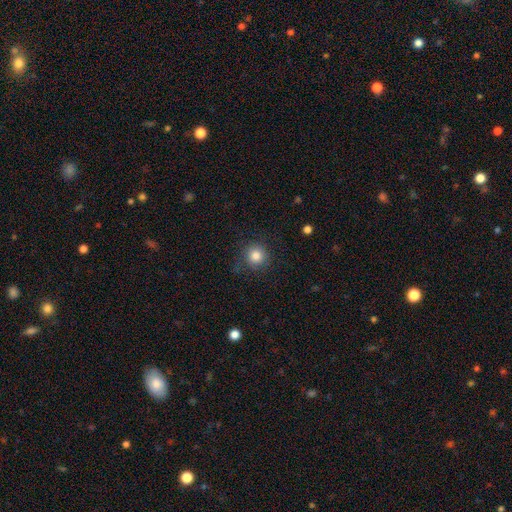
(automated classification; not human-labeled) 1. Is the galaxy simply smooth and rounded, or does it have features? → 84% smooth, 11% star or artifact, 6% featured or disk.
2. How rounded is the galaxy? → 93% round, 6% in between, 1% cigar-shaped.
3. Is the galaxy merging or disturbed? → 83% none, 11% minor disturbance, 4% major disturbance, 1% merger.